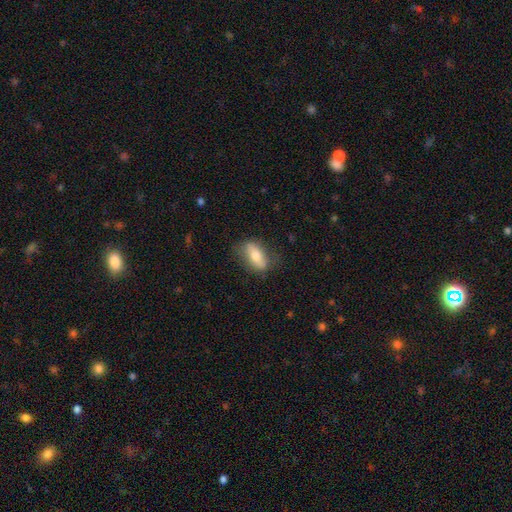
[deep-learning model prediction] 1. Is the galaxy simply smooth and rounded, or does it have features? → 66% smooth, 28% featured or disk, 7% star or artifact.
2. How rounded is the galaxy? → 81% in between, 13% cigar-shaped, 6% round.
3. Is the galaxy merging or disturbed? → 75% none, 18% minor disturbance, 6% major disturbance, 1% merger.